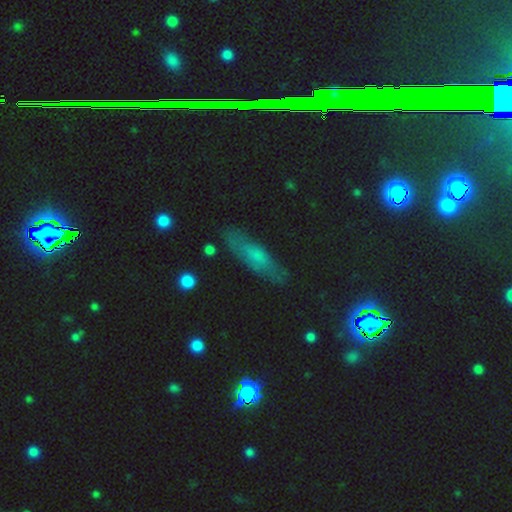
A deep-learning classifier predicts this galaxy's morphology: A smooth galaxy with no disk features (53%) that is cigar-shaped (50%).

Vote fractions:
- Smooth or featured? smooth: 53% / featured or disk: 28% / star or artifact: 19%
- How rounded? cigar-shaped: 50% / in between: 45% / round: 5%
- Merging? none: 80% / minor disturbance: 14% / major disturbance: 4% / merger: 2%